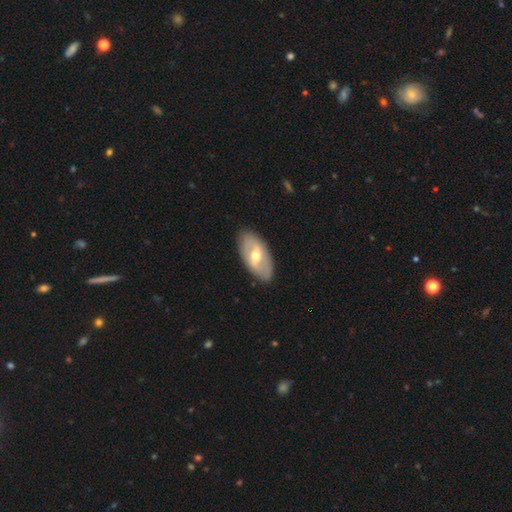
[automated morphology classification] Smooth or featured? Predicted: featured or disk (p=0.56). Edge-on disk? Predicted: no (p=0.87). Merging? Predicted: none (p=0.86).